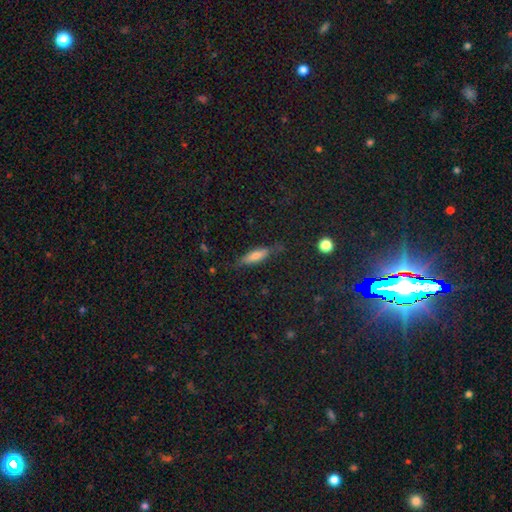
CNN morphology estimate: This is likely a smooth galaxy (61%). How rounded: likely cigar-shaped (66%). Merging: likely none (78%).